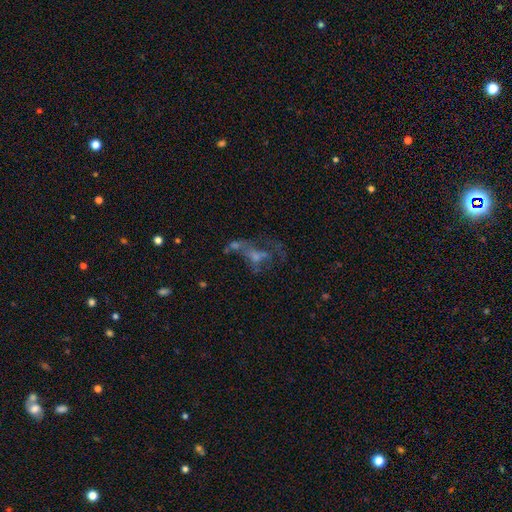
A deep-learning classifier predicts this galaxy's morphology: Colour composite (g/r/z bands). It shows a featured or disk galaxy (50%). Merging: major disturbance (34%).